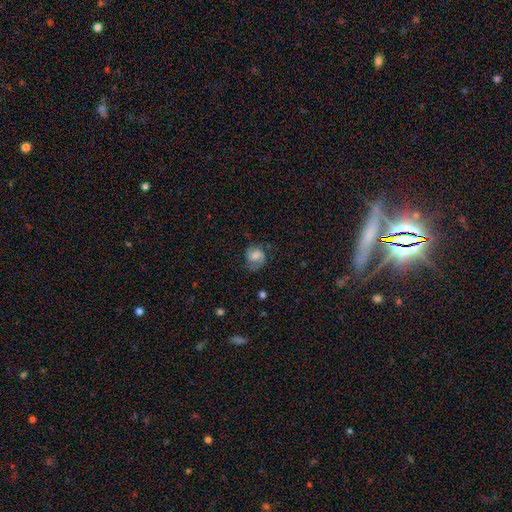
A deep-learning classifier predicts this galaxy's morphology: Smooth or featured?
  - smooth: 47% *
  - featured or disk: 44%
  - star or artifact: 9%
Merging?
  - none: 56% *
  - minor disturbance: 25%
  - major disturbance: 17%
  - merger: 2%